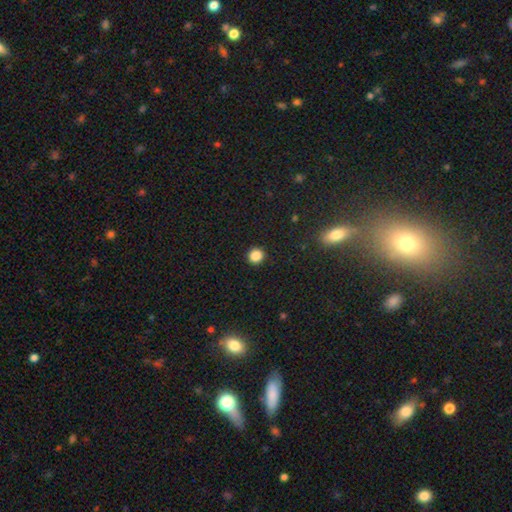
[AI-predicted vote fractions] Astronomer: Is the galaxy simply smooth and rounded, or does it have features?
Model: smooth — 86%.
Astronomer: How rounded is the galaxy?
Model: round — 90%.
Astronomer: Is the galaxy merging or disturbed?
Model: none — 92%.